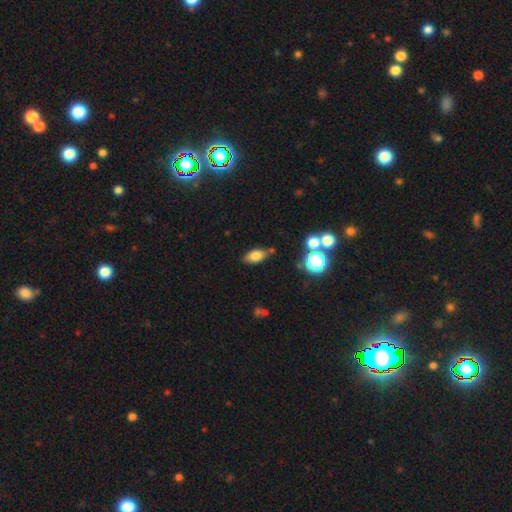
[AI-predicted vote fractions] A smooth galaxy with no disk features (76%) that is in between round and cigar-shaped (86%). Merging: none (78%).